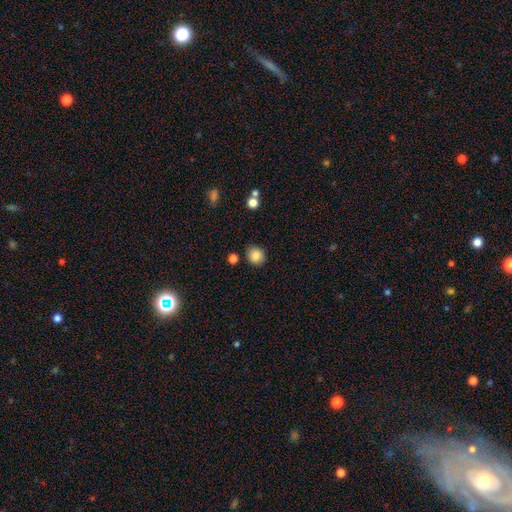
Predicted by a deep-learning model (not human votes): smooth 85%, star or artifact 10%, featured or disk 5%. Down the decision tree: how rounded — round (83%); merging — none (84%).